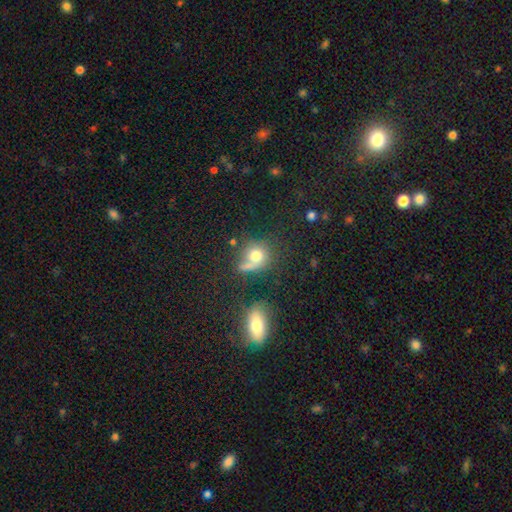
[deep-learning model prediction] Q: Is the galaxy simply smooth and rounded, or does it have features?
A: smooth — 72%.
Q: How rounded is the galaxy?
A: round — 75%.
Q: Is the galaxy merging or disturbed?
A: none — 44%.